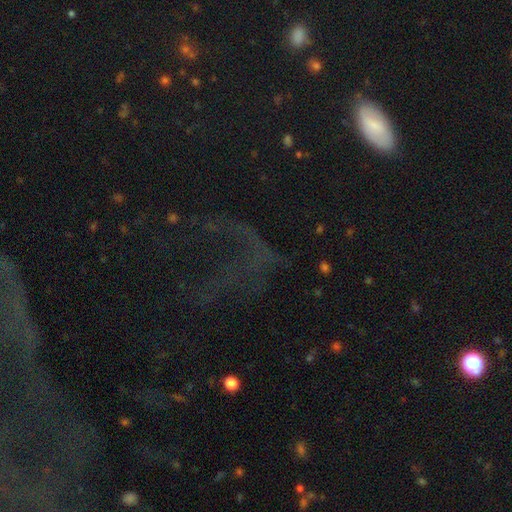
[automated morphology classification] smooth_or_featured: star or artifact (p=0.39) [alt: smooth p=0.32]